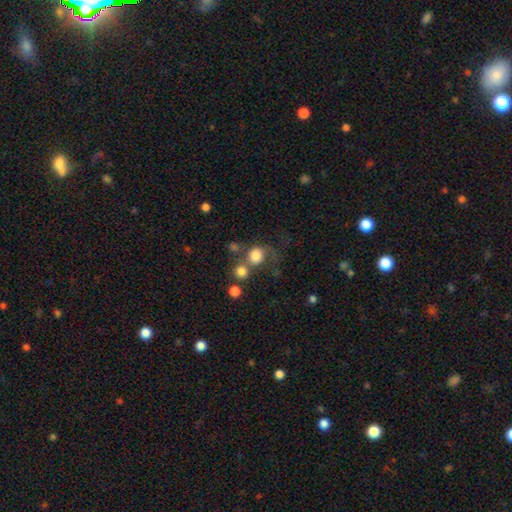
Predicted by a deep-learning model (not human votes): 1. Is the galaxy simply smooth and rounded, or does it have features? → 78% smooth, 11% featured or disk, 10% star or artifact.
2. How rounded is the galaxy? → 82% round, 17% in between, 1% cigar-shaped.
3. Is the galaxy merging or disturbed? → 40% none, 33% merger, 15% major disturbance, 12% minor disturbance.